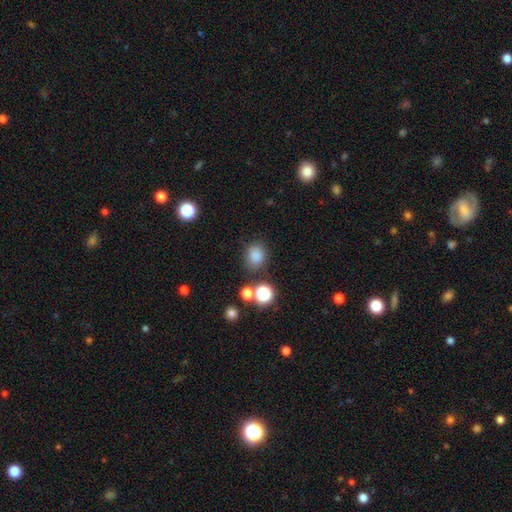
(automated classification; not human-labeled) smooth_or_featured: smooth (p=0.81) [alt: star or artifact p=0.14]
how_rounded: round (p=0.62) [alt: in between p=0.37]
merging: none (p=0.76) [alt: minor disturbance p=0.13]